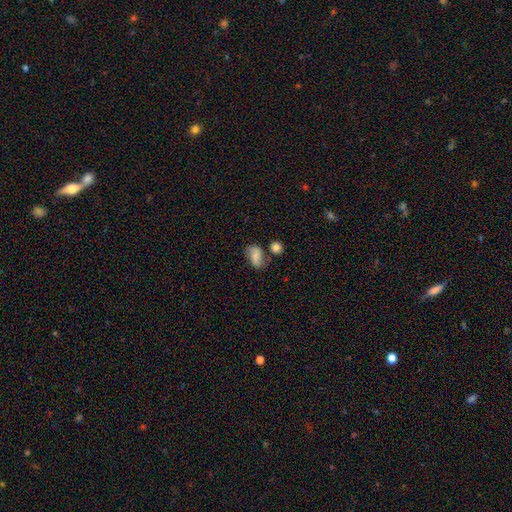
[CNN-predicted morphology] This is likely a smooth galaxy (70%). How rounded: clearly in between (84%). Merging: possibly none (53%).